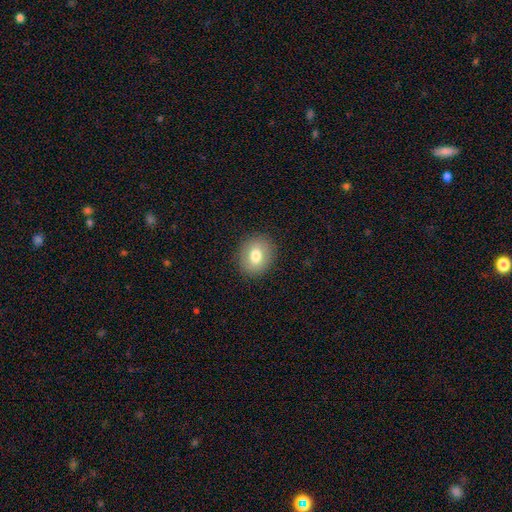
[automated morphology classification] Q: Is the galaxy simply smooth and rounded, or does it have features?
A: smooth — 76%.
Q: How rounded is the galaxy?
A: round — 62%.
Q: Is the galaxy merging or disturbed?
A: none — 88%.